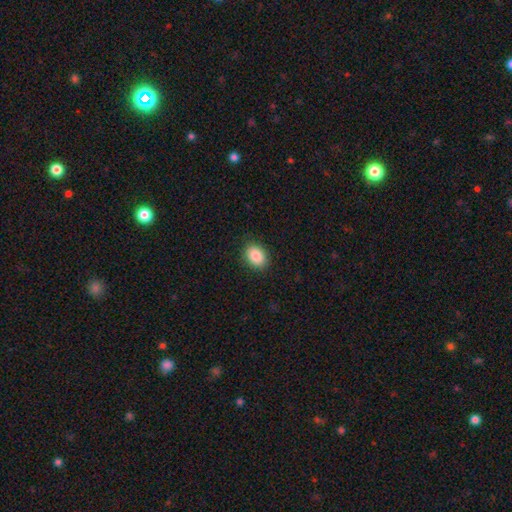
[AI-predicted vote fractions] Smooth or featured?
  - smooth: 87% *
  - star or artifact: 8%
  - featured or disk: 5%
How rounded?
  - in between: 71% *
  - round: 28%
  - cigar-shaped: 1%
Merging?
  - none: 88% *
  - minor disturbance: 9%
  - major disturbance: 2%
  - merger: 1%